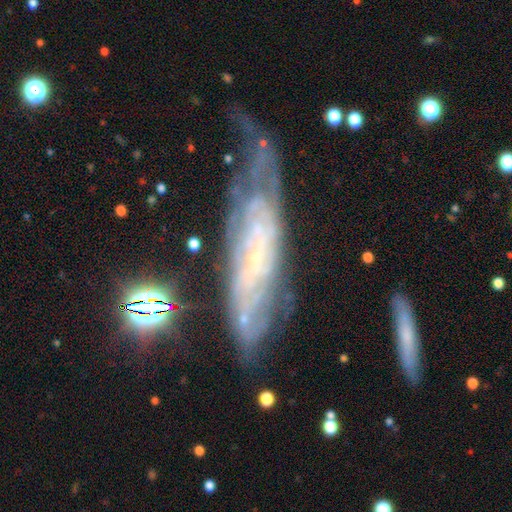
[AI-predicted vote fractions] A featured or disk galaxy (78%) with no bar (57%), tight (66%) spiral arms (89%) and a small central bulge (75%). Merging: none (55%).